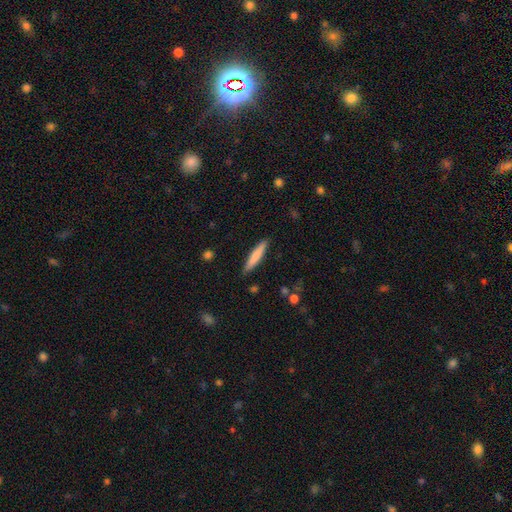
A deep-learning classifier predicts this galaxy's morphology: The model was most divided on "smooth or featured": smooth: 75%, featured or disk: 19%, star or artifact: 5%. More confident: how rounded — cigar-shaped (91%); merging — none (89%).